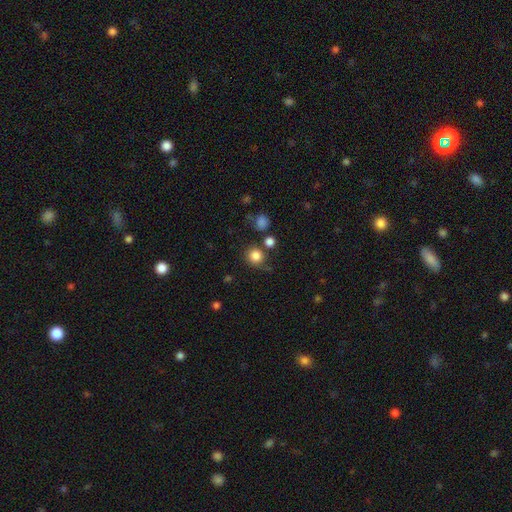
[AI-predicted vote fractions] smooth_or_featured: smooth (p=0.83) [alt: star or artifact p=0.12]
how_rounded: round (p=0.90) [alt: in between p=0.09]
merging: none (p=0.75) [alt: minor disturbance p=0.12]